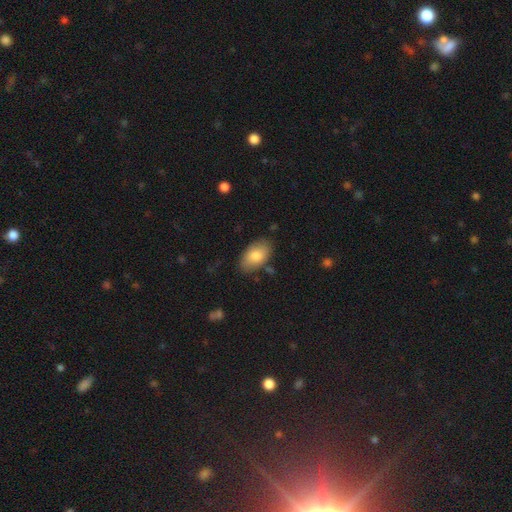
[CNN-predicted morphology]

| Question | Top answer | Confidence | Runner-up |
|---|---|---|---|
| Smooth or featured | smooth | 81% | featured or disk (12%) |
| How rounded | in between | 94% | round (5%) |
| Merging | none | 79% | minor disturbance (15%) |